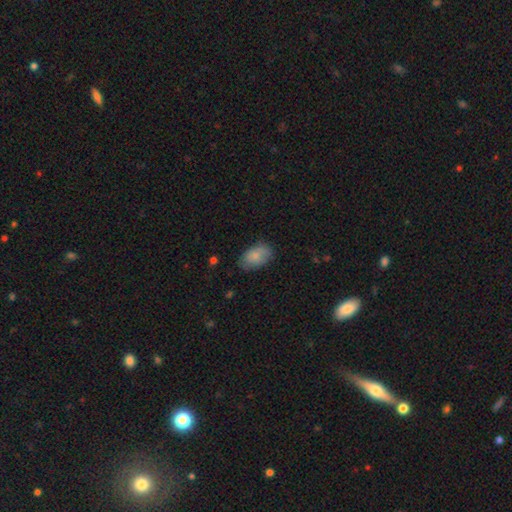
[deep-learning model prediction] smooth 81%, featured or disk 13%, star or artifact 7%. Down the decision tree: how rounded — in between (91%); merging — none (74%).